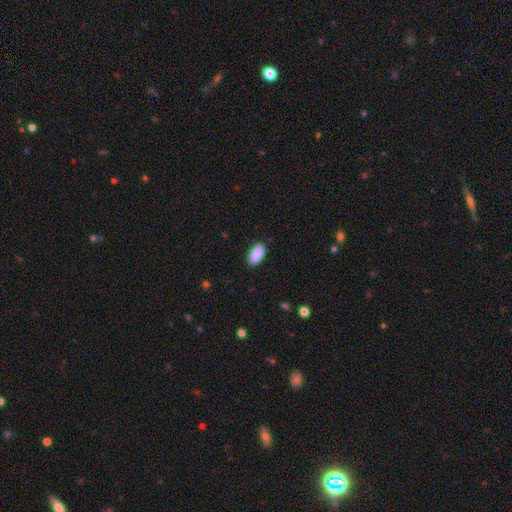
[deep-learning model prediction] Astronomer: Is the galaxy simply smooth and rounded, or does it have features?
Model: smooth — 90%.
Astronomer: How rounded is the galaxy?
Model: in between — 93%.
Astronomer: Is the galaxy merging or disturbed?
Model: none — 87%.